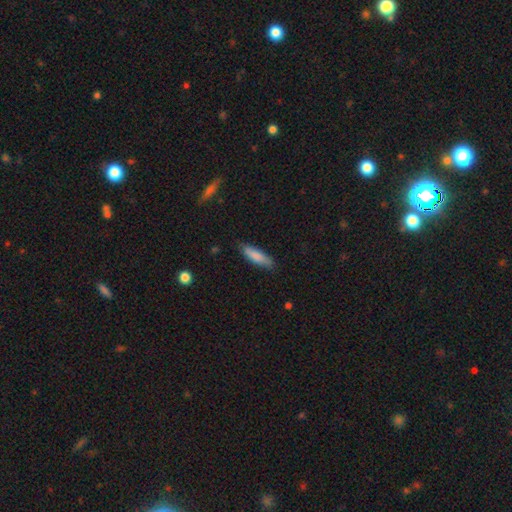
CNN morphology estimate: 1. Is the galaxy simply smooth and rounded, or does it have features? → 83% smooth, 11% featured or disk, 6% star or artifact.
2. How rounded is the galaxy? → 58% cigar-shaped, 41% in between, 2% round.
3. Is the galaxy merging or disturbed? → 80% none, 16% minor disturbance, 3% major disturbance, 1% merger.